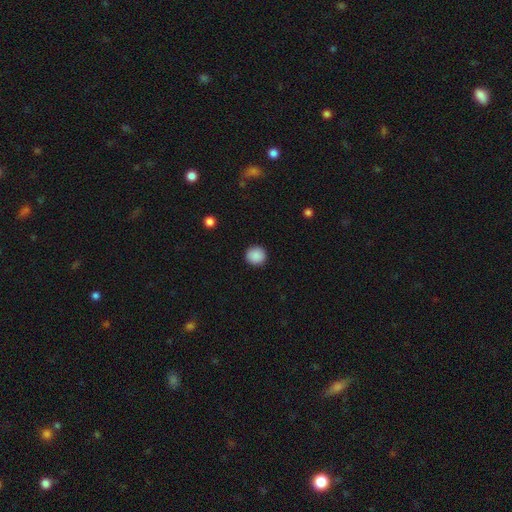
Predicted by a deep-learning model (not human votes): Overall: smooth (89%). How rounded: round (93%). Merging: none (91%).